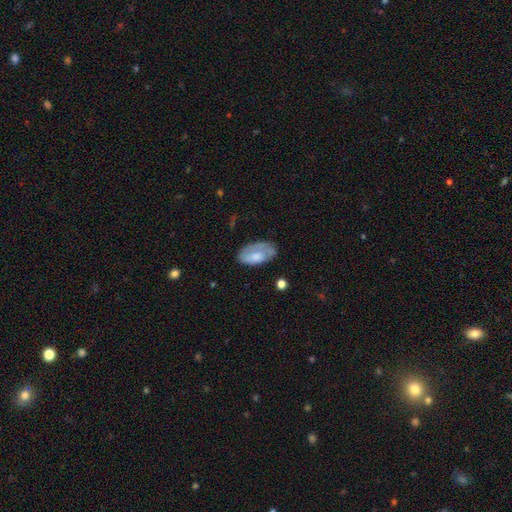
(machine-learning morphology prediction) smooth 59%, featured or disk 35%, star or artifact 7%. Down the decision tree: how rounded — in between (93%); merging — none (56%).